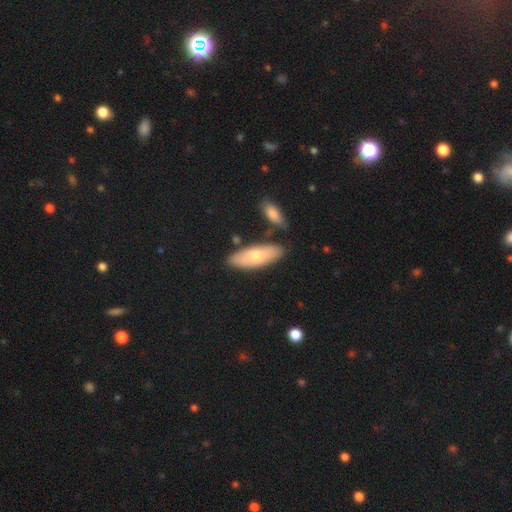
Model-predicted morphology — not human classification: Smooth or featured? smooth (65%)
How rounded? in between (73%)
Merging? none (76%)